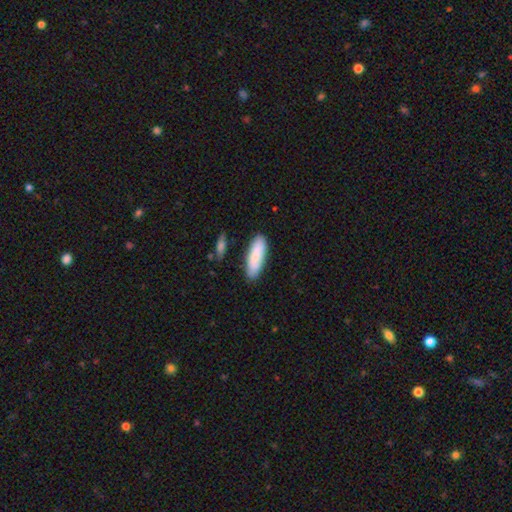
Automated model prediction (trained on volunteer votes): Smooth or featured?
  - smooth: 80% *
  - featured or disk: 14%
  - star or artifact: 6%
How rounded?
  - in between: 59% *
  - cigar-shaped: 39%
  - round: 2%
Merging?
  - none: 80% *
  - minor disturbance: 14%
  - merger: 4%
  - major disturbance: 3%